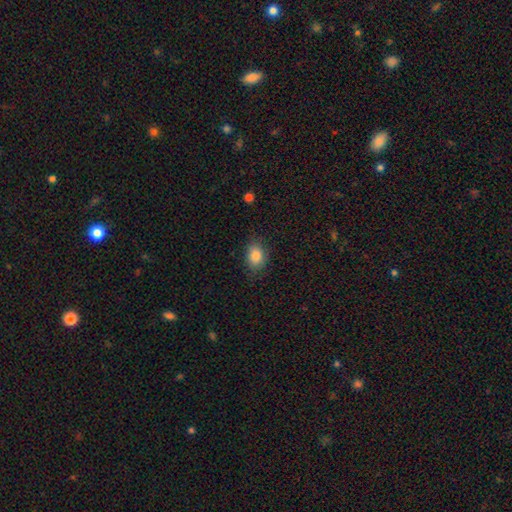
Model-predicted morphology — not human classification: A smooth galaxy with no disk features (85%) that is in between round and cigar-shaped (76%). Merging: none (79%).